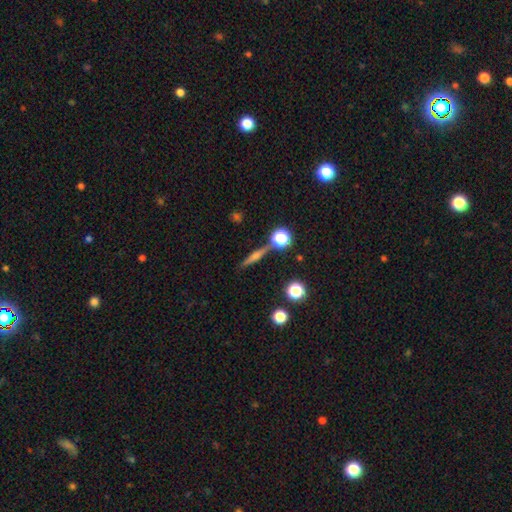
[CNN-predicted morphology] Smooth or featured? featured or disk (54%)
Edge-on disk? yes (95%)
Edge-on bulge? rounded (73%)
Merging? none (82%)